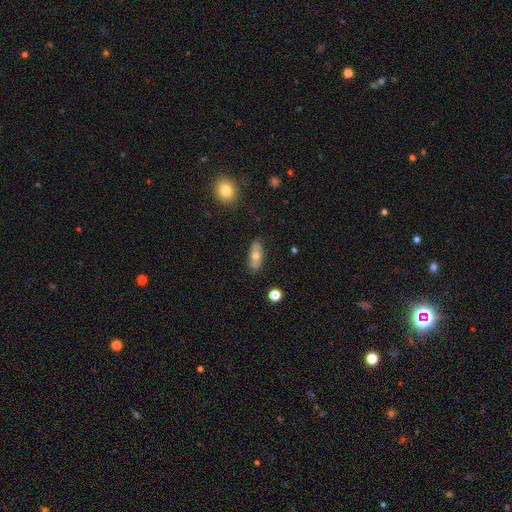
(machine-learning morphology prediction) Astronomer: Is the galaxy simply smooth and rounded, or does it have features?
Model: smooth — 63%.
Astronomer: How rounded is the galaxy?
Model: in between — 79%.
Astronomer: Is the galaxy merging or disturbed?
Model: none — 80%.